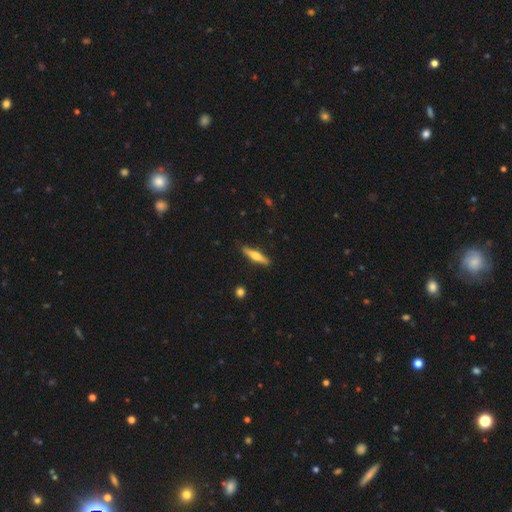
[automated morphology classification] Overall: featured or disk (49%; smooth 45%). Merging: none (88%).